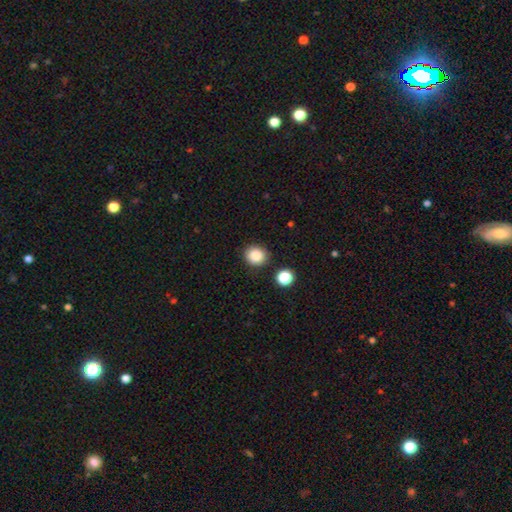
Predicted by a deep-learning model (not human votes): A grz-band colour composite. It shows a smooth galaxy with no disk features (85%) that is round (81%). Merging: none (86%).